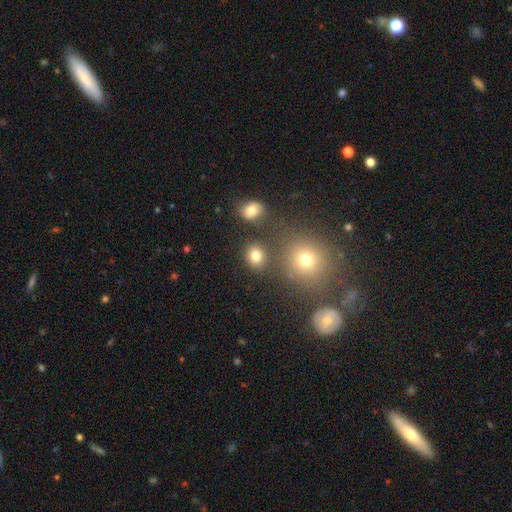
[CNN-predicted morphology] Smooth or featured: smooth — 79% (star or artifact — 14%)
How rounded: round — 67% (in between — 32%)
Merging: none — 79% (minor disturbance — 9%)